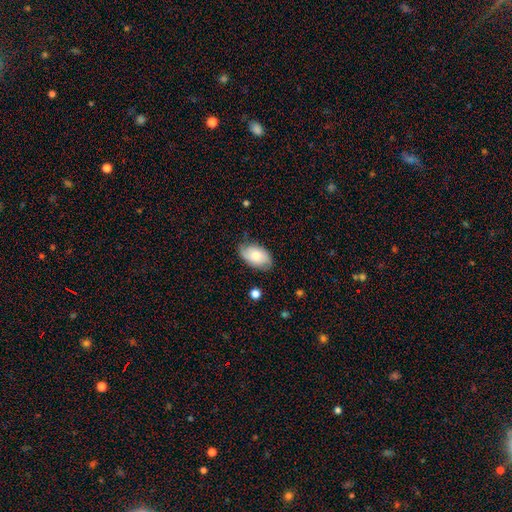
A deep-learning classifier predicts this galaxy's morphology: smooth 69%, featured or disk 25%, star or artifact 7%. Down the decision tree: how rounded — in between (93%); merging — none (71%).